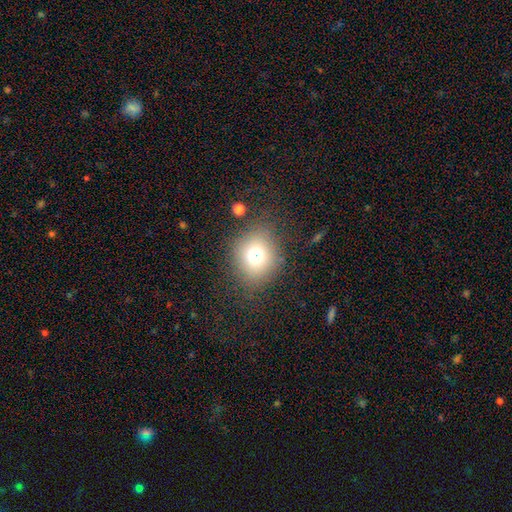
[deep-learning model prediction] This is likely a smooth galaxy (69%). How rounded: likely round (73%). Merging: likely none (75%).